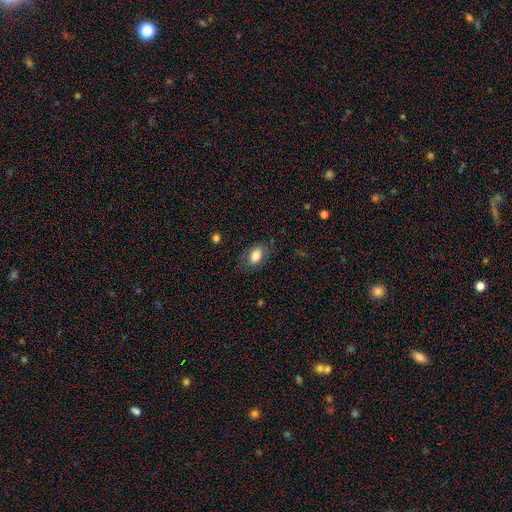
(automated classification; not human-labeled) smooth 80%, featured or disk 12%, star or artifact 8%. Down the decision tree: how rounded — in between (87%); merging — none (75%).